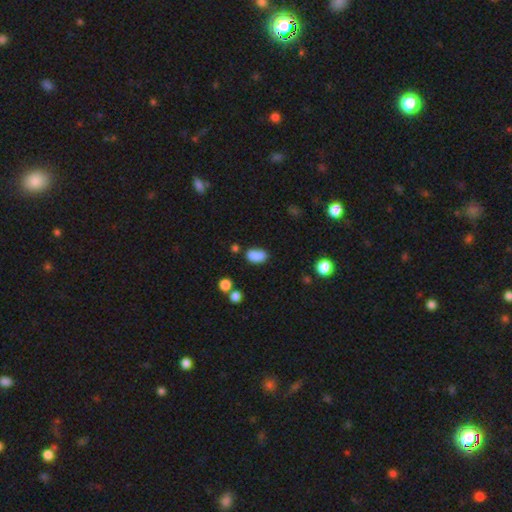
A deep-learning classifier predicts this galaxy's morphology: smooth_or_featured: smooth (p=0.81) [alt: star or artifact p=0.11]
how_rounded: in between (p=0.86) [alt: round p=0.12]
merging: none (p=0.53) [alt: minor disturbance p=0.25]